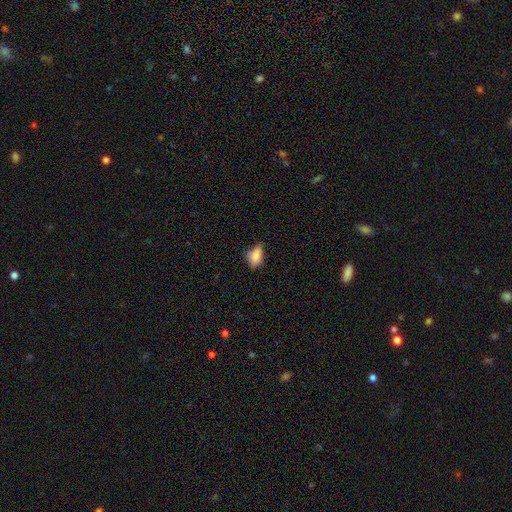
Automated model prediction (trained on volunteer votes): Smooth or featured? smooth (78%)
How rounded? in between (84%)
Merging? none (51%)